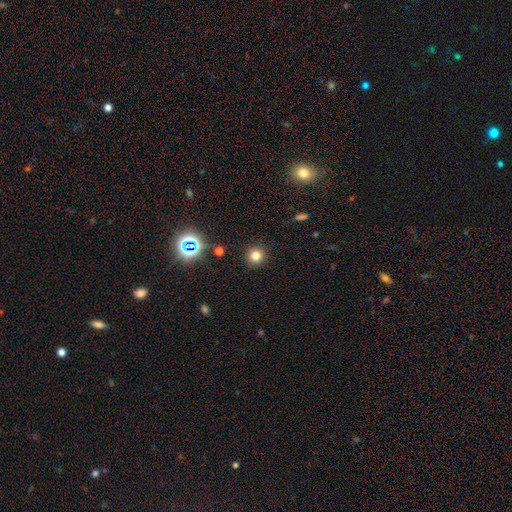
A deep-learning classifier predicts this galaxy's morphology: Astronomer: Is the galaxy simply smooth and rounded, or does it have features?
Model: smooth — 76%.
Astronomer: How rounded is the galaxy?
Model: round — 93%.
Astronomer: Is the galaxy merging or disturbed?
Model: none — 90%.